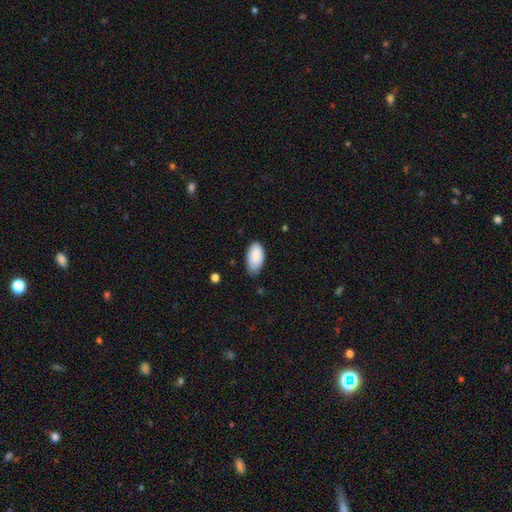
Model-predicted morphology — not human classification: Overall: smooth (87%). How rounded: in between (96%). Merging: none (69%).